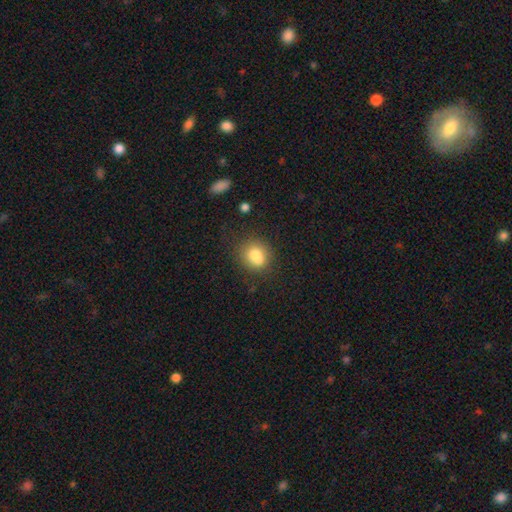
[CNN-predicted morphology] This appears to be a smooth galaxy with no disk features (79%) that is round (61%). Merging: none (66%).